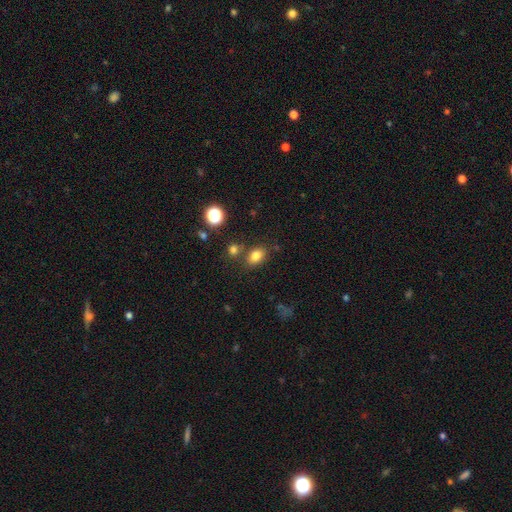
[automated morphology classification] Smooth or featured?
  - smooth: 80% *
  - star or artifact: 13%
  - featured or disk: 7%
How rounded?
  - in between: 78% *
  - round: 20%
  - cigar-shaped: 2%
Merging?
  - none: 73% *
  - minor disturbance: 12%
  - merger: 11%
  - major disturbance: 4%